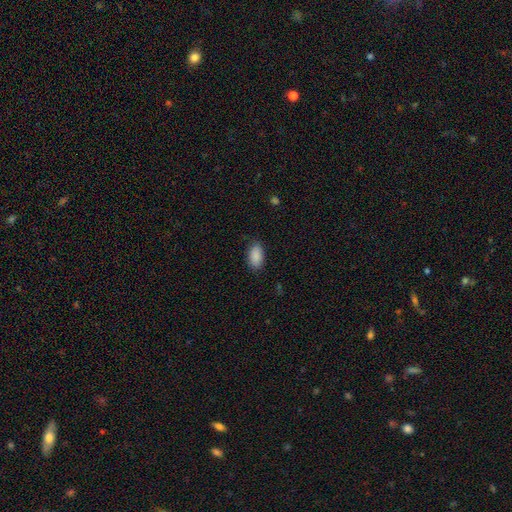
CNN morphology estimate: Smooth or featured? Predicted: smooth (p=0.90). How rounded? Predicted: in between (p=0.93). Merging? Predicted: none (p=0.84).